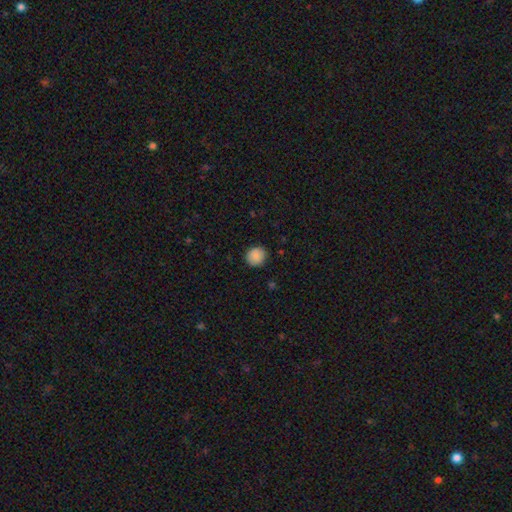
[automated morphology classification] This appears to be a smooth galaxy with no disk features (88%) that is round (90%). Merging: none (89%).